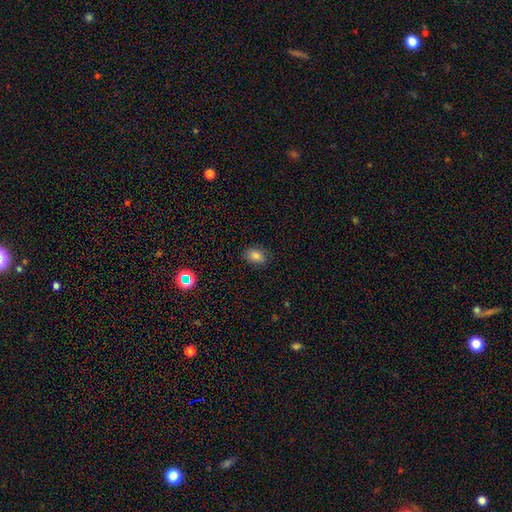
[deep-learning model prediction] smooth 82%, star or artifact 11%, featured or disk 7%. Down the decision tree: how rounded — in between (75%); merging — none (83%).